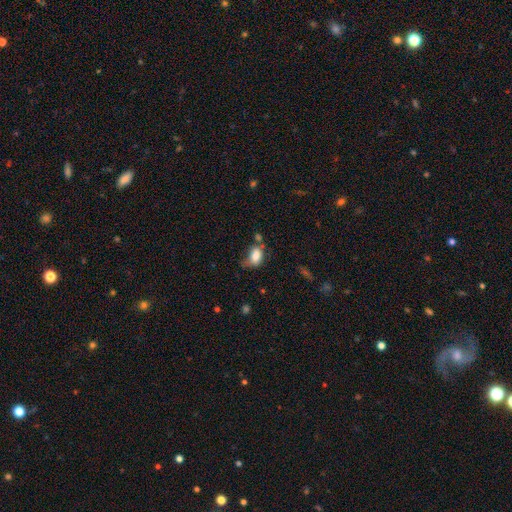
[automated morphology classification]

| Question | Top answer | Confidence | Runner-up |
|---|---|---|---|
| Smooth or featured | smooth | 80% | featured or disk (11%) |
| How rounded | in between | 82% | round (16%) |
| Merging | none | 37% | minor disturbance (32%) |